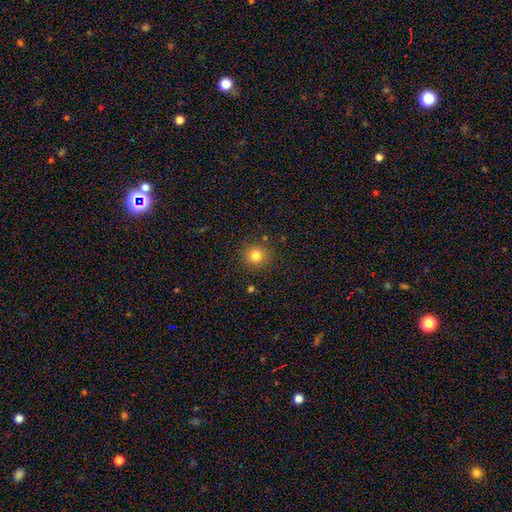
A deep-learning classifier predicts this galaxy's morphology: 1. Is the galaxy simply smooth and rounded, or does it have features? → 81% smooth, 13% star or artifact, 6% featured or disk.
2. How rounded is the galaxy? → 93% round, 7% in between, 1% cigar-shaped.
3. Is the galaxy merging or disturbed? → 87% none, 8% minor disturbance, 3% major disturbance, 2% merger.